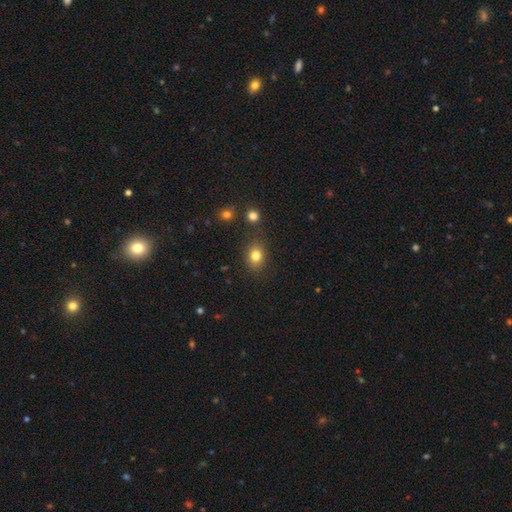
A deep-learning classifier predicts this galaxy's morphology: This appears to be a smooth galaxy with no disk features (81%) that is round (50%). Merging: none (79%).